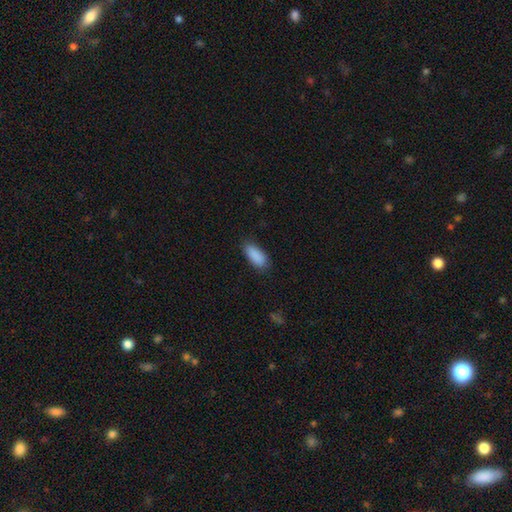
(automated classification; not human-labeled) A smooth galaxy with no disk features (90%) that is in between round and cigar-shaped (84%).

Vote fractions:
- Smooth or featured? smooth: 90% / star or artifact: 6% / featured or disk: 4%
- How rounded? in between: 84% / cigar-shaped: 14% / round: 2%
- Merging? none: 82% / minor disturbance: 14% / major disturbance: 3% / merger: 1%